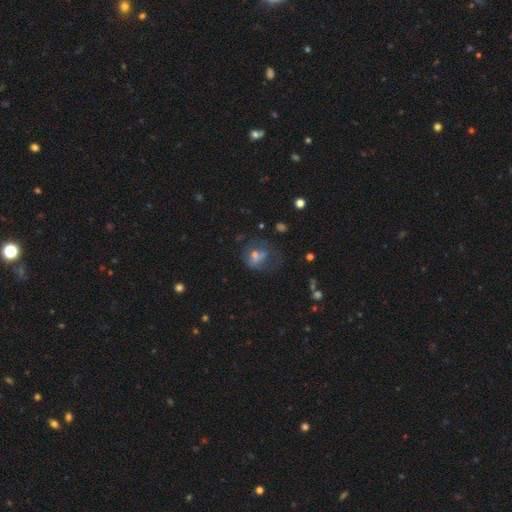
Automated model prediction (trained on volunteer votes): Overall: smooth (47%; featured or disk 35%). Merging: major disturbance (38%; none 34%).